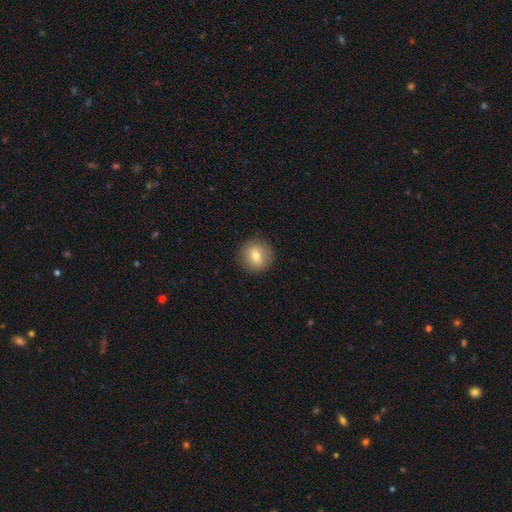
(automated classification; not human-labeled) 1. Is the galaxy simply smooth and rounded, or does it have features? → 78% smooth, 13% featured or disk, 9% star or artifact.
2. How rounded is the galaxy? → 89% round, 10% in between, 1% cigar-shaped.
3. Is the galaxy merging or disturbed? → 89% none, 7% minor disturbance, 2% major disturbance, 1% merger.